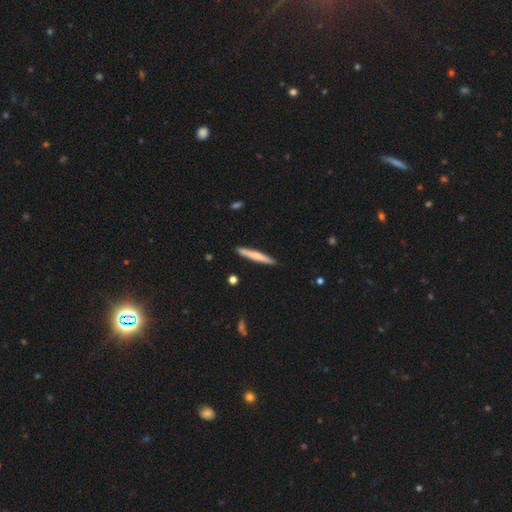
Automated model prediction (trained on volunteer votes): Overall: smooth (63%; featured or disk 32%). How rounded: cigar-shaped (95%). Merging: none (90%).